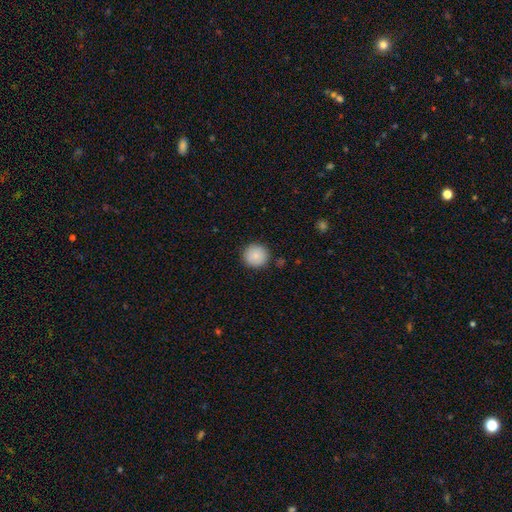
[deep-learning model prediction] Overall: smooth (87%). How rounded: round (94%). Merging: none (89%).